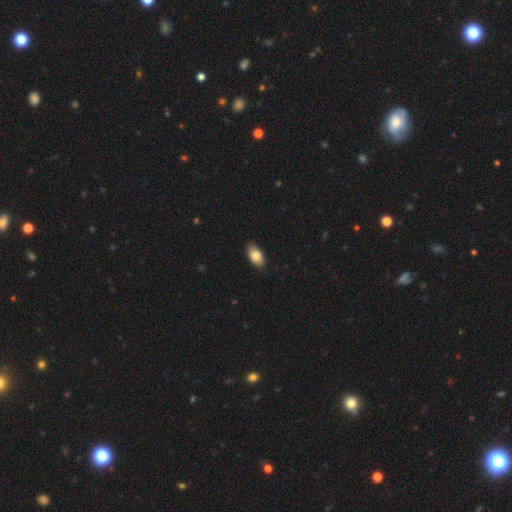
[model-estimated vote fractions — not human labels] smooth 83%, featured or disk 10%, star or artifact 7%. Down the decision tree: how rounded — in between (94%); merging — none (87%).